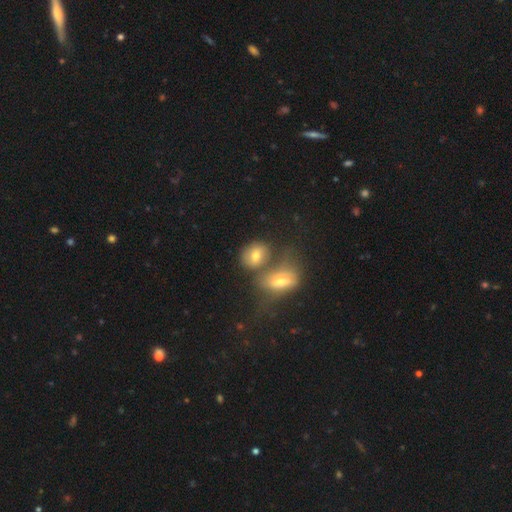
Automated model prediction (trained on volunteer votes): Overall: smooth (68%). How rounded: in between (51%; round 47%). Merging: none (44%; merger 36%).